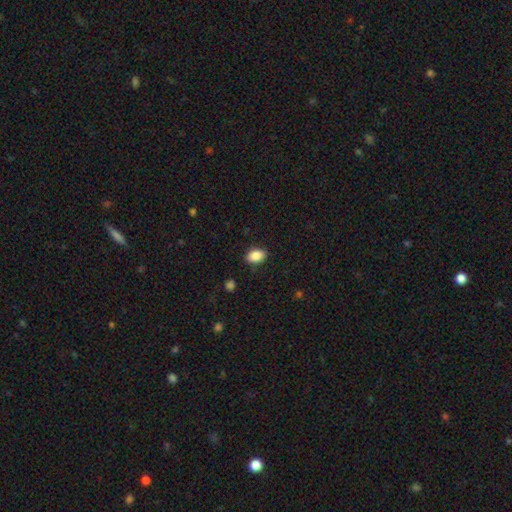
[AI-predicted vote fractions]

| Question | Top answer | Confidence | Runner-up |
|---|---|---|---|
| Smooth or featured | smooth | 88% | star or artifact (8%) |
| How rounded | in between | 84% | round (15%) |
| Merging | none | 87% | minor disturbance (10%) |